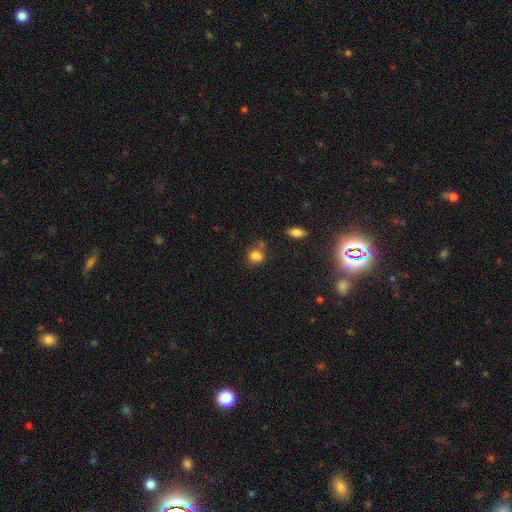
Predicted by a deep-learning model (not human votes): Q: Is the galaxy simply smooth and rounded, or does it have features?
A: smooth — 78%.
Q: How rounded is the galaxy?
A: round — 49%, tied with in between.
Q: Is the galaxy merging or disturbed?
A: none — 51%.